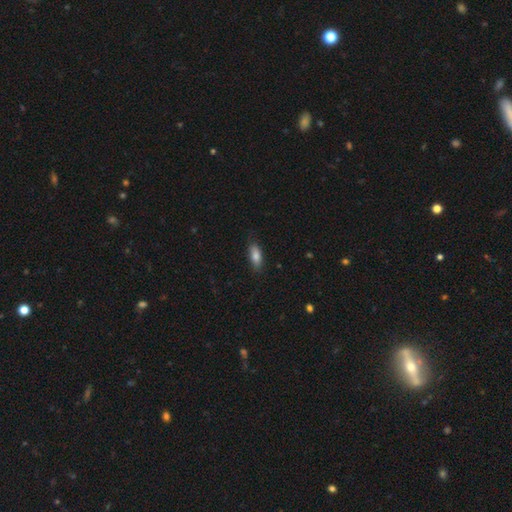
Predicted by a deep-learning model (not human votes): Morphology: type=smooth (82%); roundness=in between (78%); merging=none (80%).